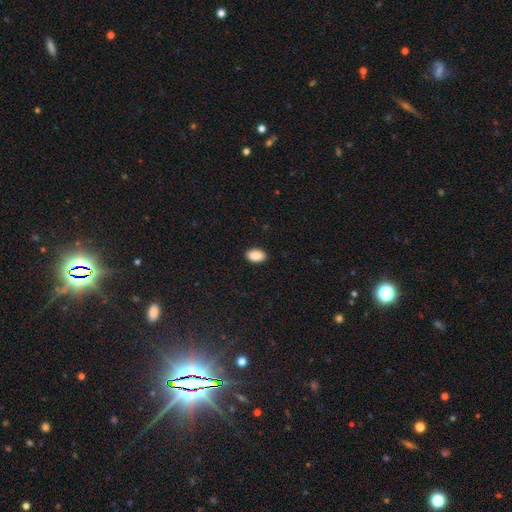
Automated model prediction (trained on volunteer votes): Morphology: type=smooth (89%); roundness=in between (91%); merging=none (91%).